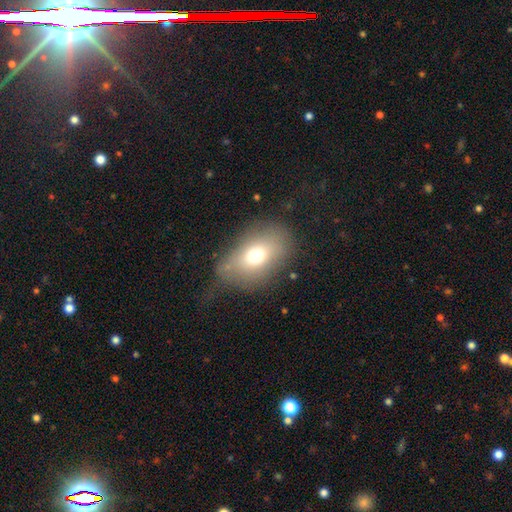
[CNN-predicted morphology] This is likely a smooth galaxy (69%). How rounded: likely in between (79%). Merging: likely none (64%).